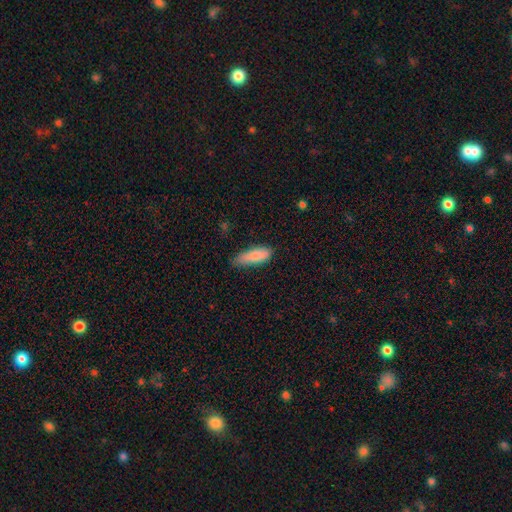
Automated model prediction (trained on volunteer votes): This is clearly a smooth galaxy (85%). How rounded: possibly in between (55%). Merging: likely none (65%).